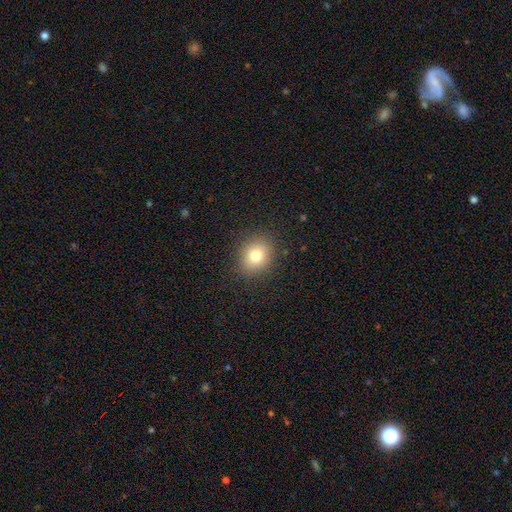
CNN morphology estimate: Smooth or featured? smooth (78%)
How rounded? round (62%)
Merging? none (88%)